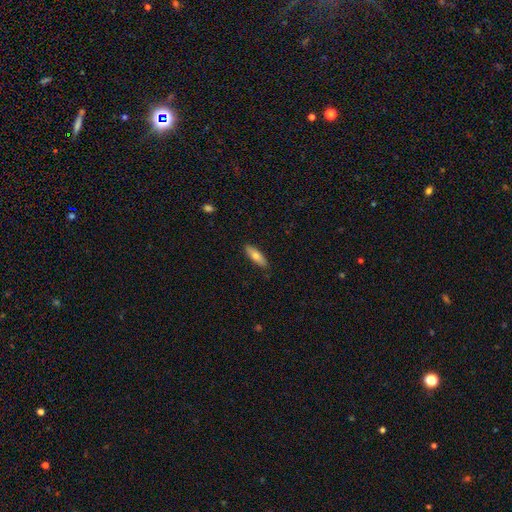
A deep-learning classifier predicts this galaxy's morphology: Overall: smooth (71%). How rounded: cigar-shaped (50%; in between 47%). Merging: none (87%).